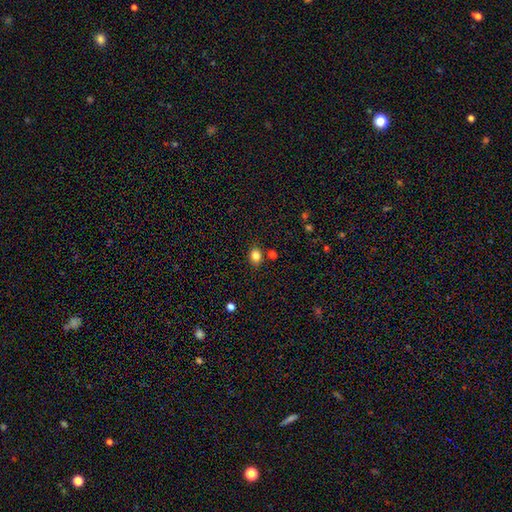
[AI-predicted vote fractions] smooth-or-featured: smooth: 82% | star or artifact: 12% | featured or disk: 6%
  how-rounded: in between: 54% | round: 45% | cigar-shaped: 1%
  merging: none: 83% | minor disturbance: 10% | merger: 5% | major disturbance: 2%